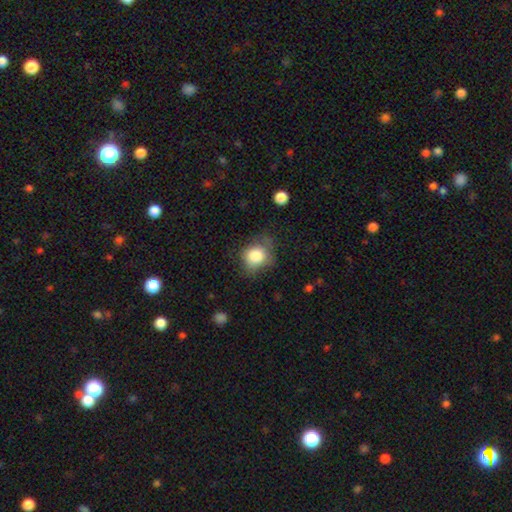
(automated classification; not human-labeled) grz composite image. It shows a smooth galaxy with no disk features (82%) that is round (69%). Merging: none (53%).